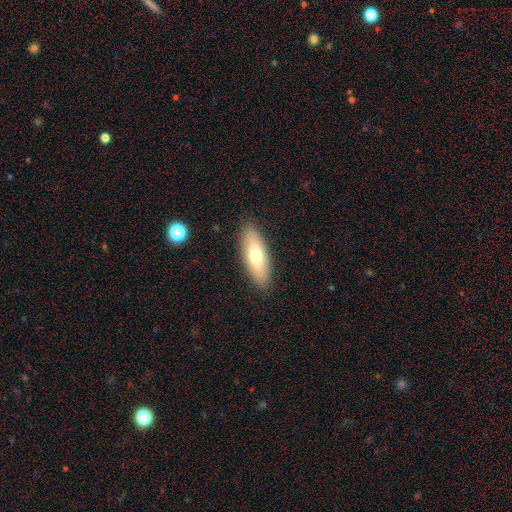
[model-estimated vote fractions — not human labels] This is likely a smooth galaxy (64%). How rounded: likely in between (66%). Merging: clearly none (88%).